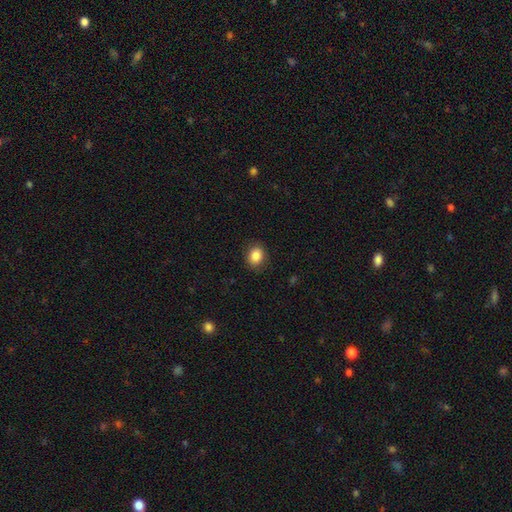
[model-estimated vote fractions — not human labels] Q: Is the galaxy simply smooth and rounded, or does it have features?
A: smooth — 86%.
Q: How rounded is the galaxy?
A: round — 50%.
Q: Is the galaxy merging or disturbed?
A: none — 86%.